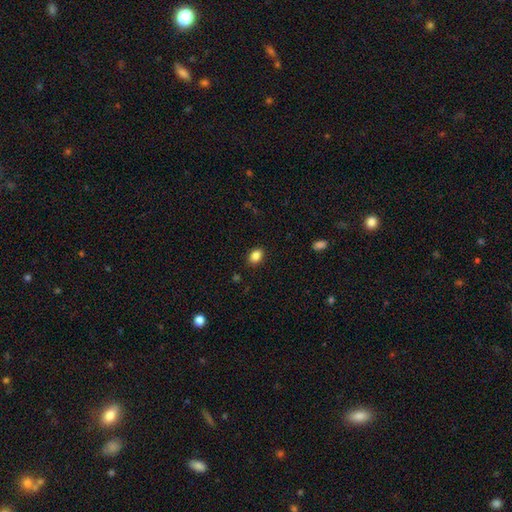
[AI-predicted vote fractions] A smooth galaxy with no disk features (86%) that is in between round and cigar-shaped (69%).

Vote fractions:
- Smooth or featured? smooth: 86% / star or artifact: 10% / featured or disk: 4%
- How rounded? in between: 69% / round: 30% / cigar-shaped: 1%
- Merging? none: 88% / minor disturbance: 8% / major disturbance: 2% / merger: 1%